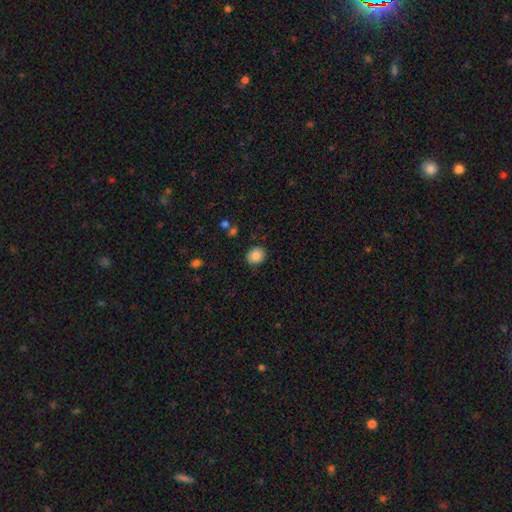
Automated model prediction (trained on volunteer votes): Smooth or featured?
  - smooth: 84% *
  - star or artifact: 9%
  - featured or disk: 7%
How rounded?
  - round: 74% *
  - in between: 25%
  - cigar-shaped: 1%
Merging?
  - none: 87% *
  - minor disturbance: 9%
  - major disturbance: 2%
  - merger: 2%